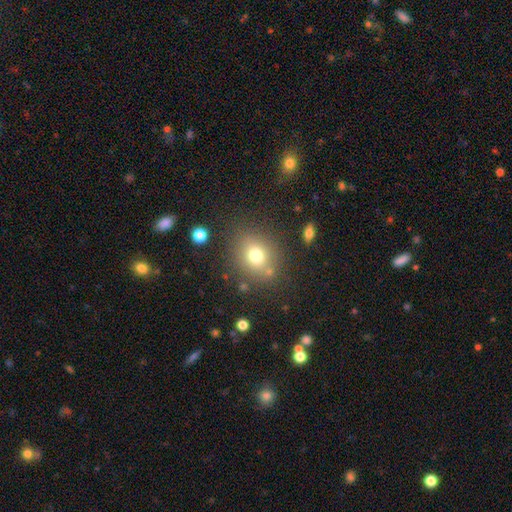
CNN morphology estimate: Smooth or featured? Predicted: smooth (p=0.73). How rounded? Predicted: round (p=0.69). Merging? Predicted: none (p=0.79).